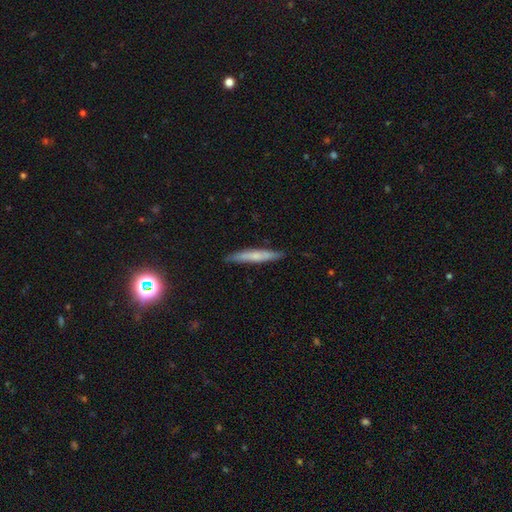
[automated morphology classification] Smooth or featured? smooth (59%)
How rounded? cigar-shaped (94%)
Merging? none (86%)